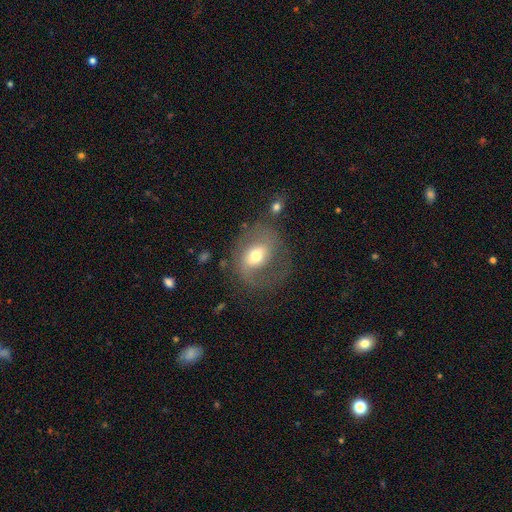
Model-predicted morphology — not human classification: featured or disk 54%, smooth 37%, star or artifact 8%. Down the decision tree: edge-on disk — no (95%); bar — no (43%); spiral arms — yes (64%); bulge size — moderate (66%); merging — none (50%).